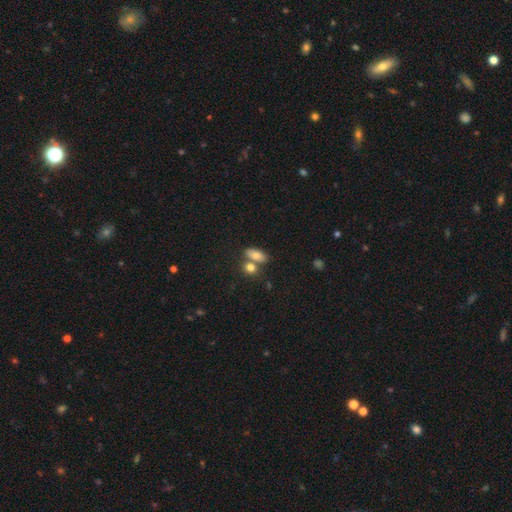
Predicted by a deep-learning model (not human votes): Q: Smooth or featured?
A: smooth (77%); runner-up: featured or disk (15%)
Q: How rounded?
A: in between (81%); runner-up: round (10%)
Q: Merging?
A: none (52%); runner-up: merger (34%)